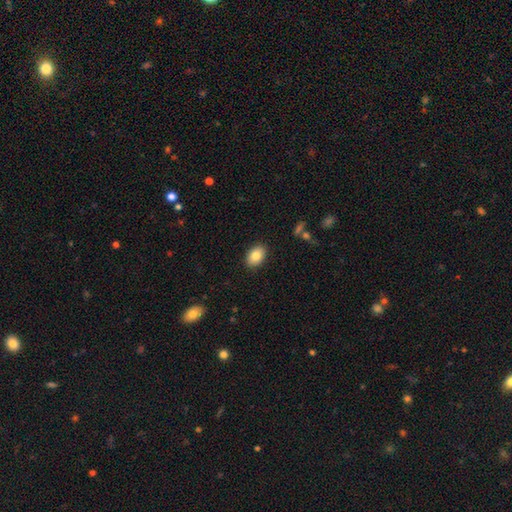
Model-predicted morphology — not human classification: The model was most divided on "how rounded": in between: 85%, round: 14%, cigar-shaped: 1%. More confident: merging — none (89%); smooth or featured — smooth (84%).